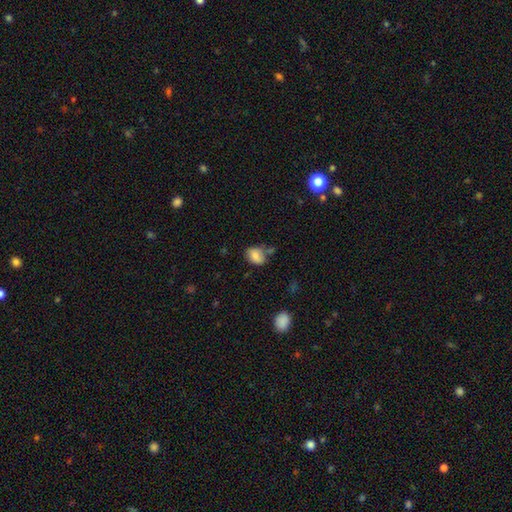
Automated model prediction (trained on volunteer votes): Smooth or featured?
  - smooth: 81% *
  - featured or disk: 10%
  - star or artifact: 9%
How rounded?
  - in between: 68% *
  - round: 31%
  - cigar-shaped: 1%
Merging?
  - none: 54% *
  - minor disturbance: 26%
  - merger: 13%
  - major disturbance: 8%